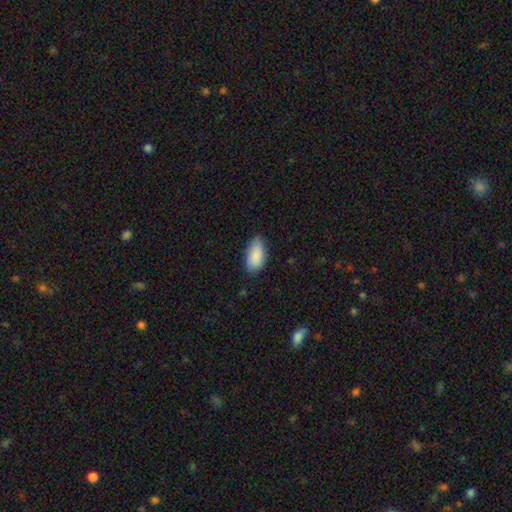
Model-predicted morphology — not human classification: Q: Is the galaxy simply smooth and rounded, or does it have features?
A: smooth — 89%.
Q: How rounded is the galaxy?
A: in between — 94%.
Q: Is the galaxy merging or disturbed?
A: none — 77%.